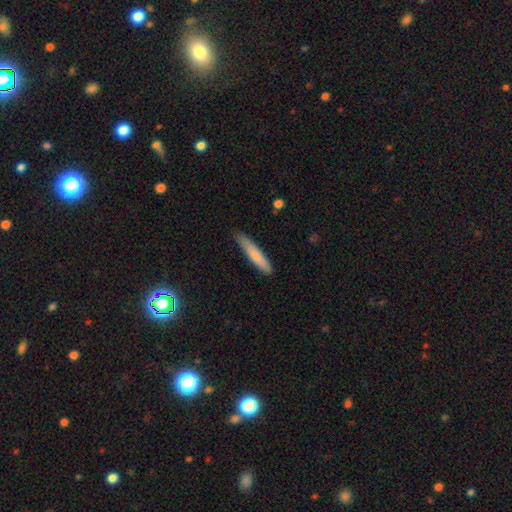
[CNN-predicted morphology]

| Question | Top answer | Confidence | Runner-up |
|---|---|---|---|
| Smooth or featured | smooth | 73% | featured or disk (21%) |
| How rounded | cigar-shaped | 90% | in between (9%) |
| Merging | none | 82% | minor disturbance (14%) |